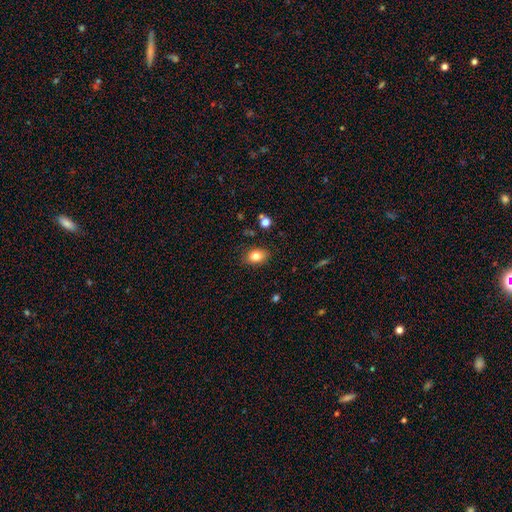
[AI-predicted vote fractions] Morphology: type=smooth (80%); roundness=in between (73%); merging=none (85%).